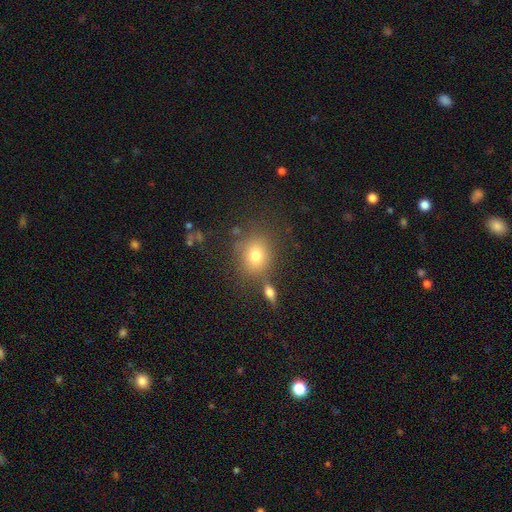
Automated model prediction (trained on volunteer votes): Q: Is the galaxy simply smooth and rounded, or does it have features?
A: smooth — 75%.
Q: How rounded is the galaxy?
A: round — 75%.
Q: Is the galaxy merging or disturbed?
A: none — 73%.